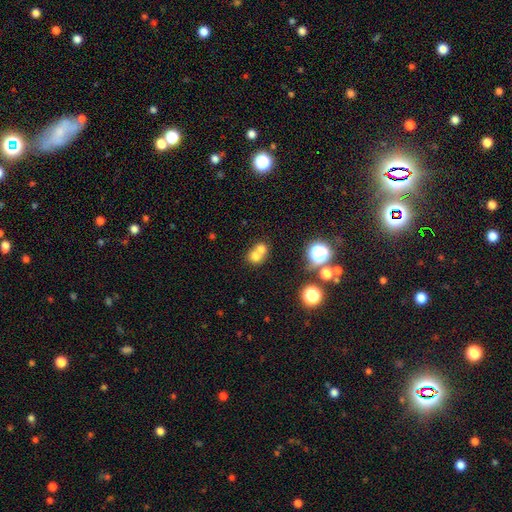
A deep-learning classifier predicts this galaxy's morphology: Smooth or featured? Predicted: smooth (p=0.69). How rounded? Predicted: round (p=0.76). Merging? Predicted: merger (p=0.62).